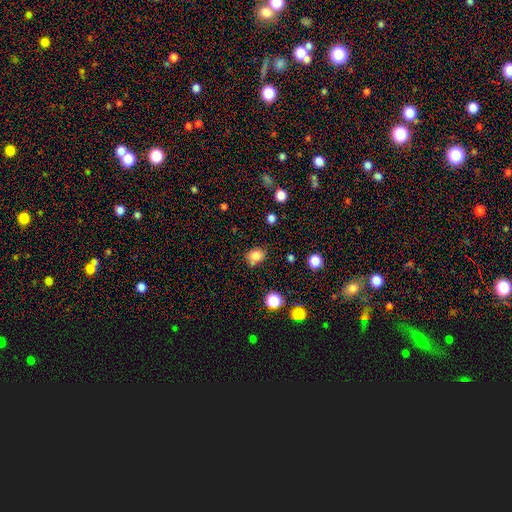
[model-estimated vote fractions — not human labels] A smooth galaxy with no disk features (81%) that is round (53%). Merging: none (68%).